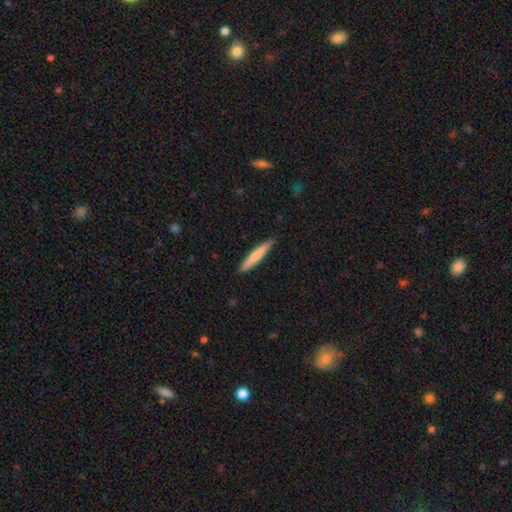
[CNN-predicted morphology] smooth-or-featured: smooth: 72% | featured or disk: 22% | star or artifact: 5%
  how-rounded: cigar-shaped: 93% | in between: 6% | round: 1%
  merging: none: 88% | minor disturbance: 9% | major disturbance: 1% | merger: 1%